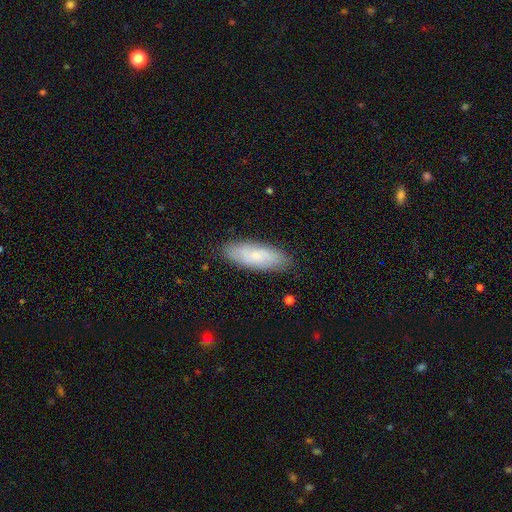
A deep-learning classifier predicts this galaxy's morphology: Smooth or featured: smooth — 64% (featured or disk — 30%)
How rounded: in between — 68% (cigar-shaped — 30%)
Merging: none — 84% (minor disturbance — 12%)